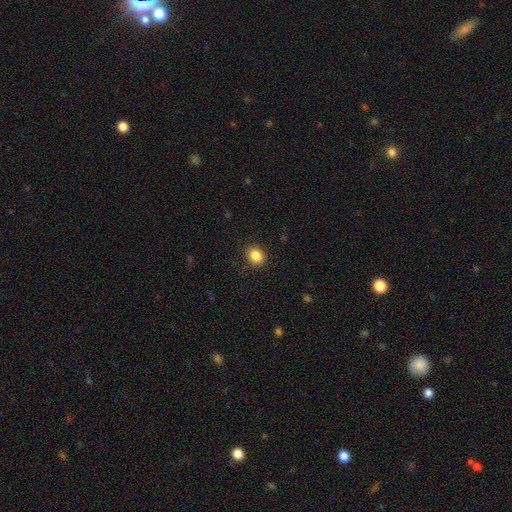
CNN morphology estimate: smooth-or-featured: smooth: 86% | star or artifact: 10% | featured or disk: 4%
  how-rounded: round: 57% | in between: 42% | cigar-shaped: 1%
  merging: none: 87% | minor disturbance: 9% | major disturbance: 2% | merger: 1%